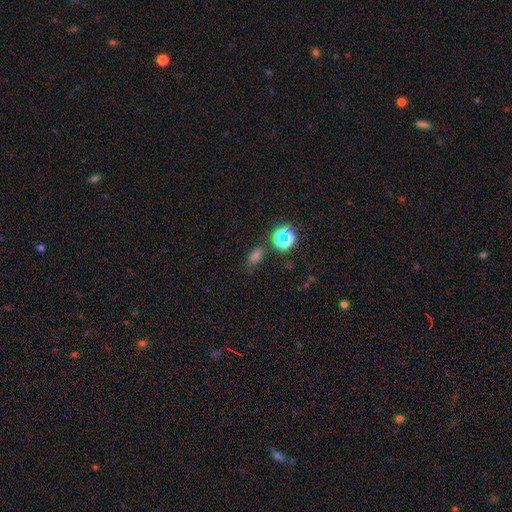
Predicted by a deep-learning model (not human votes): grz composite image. It shows a smooth galaxy with no disk features (56%) that is in between round and cigar-shaped (71%). Merging: none (68%).